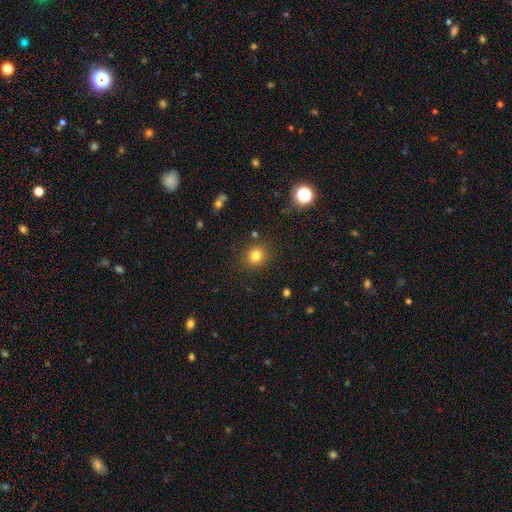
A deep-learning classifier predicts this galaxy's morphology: smooth 80%, star or artifact 14%, featured or disk 6%. Down the decision tree: how rounded — round (85%); merging — none (86%).